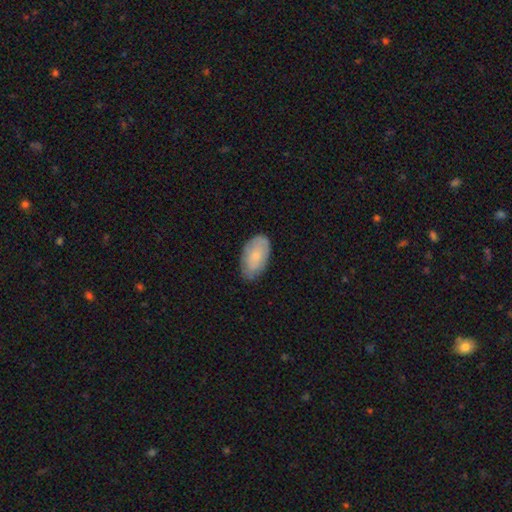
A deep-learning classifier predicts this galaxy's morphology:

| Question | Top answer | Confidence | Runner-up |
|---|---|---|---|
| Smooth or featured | smooth | 72% | featured or disk (22%) |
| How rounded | in between | 95% | round (4%) |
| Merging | none | 77% | minor disturbance (19%) |